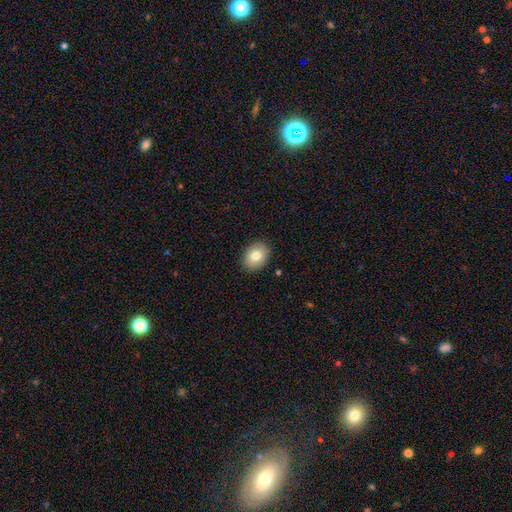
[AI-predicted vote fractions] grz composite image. It shows a smooth galaxy with no disk features (80%) that is in between round and cigar-shaped (62%). Merging: none (88%).